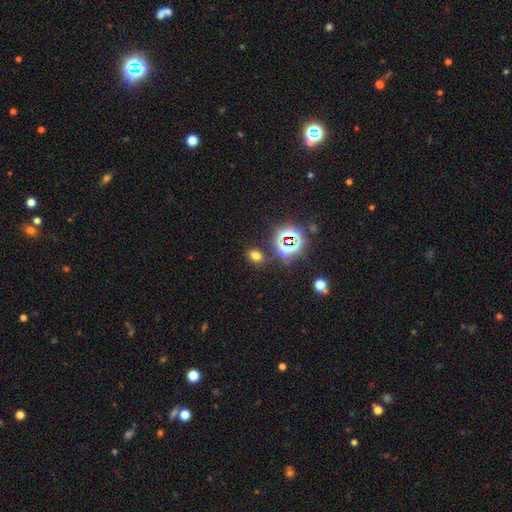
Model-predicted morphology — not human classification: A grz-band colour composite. It shows a smooth galaxy with no disk features (58%) that is in between round and cigar-shaped (71%). Merging: none (81%).